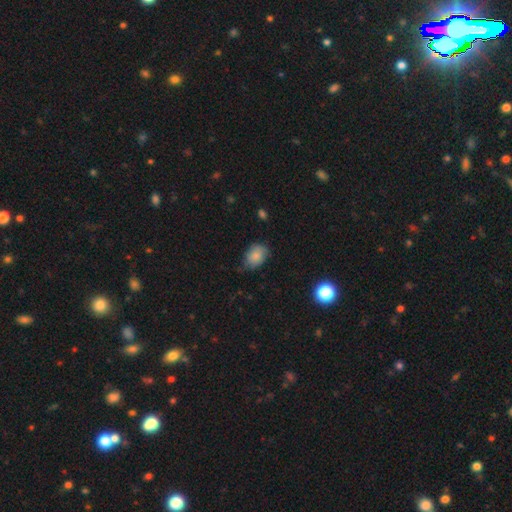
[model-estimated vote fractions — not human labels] Overall: smooth (83%). How rounded: in between (78%). Merging: none (64%; minor disturbance 29%).